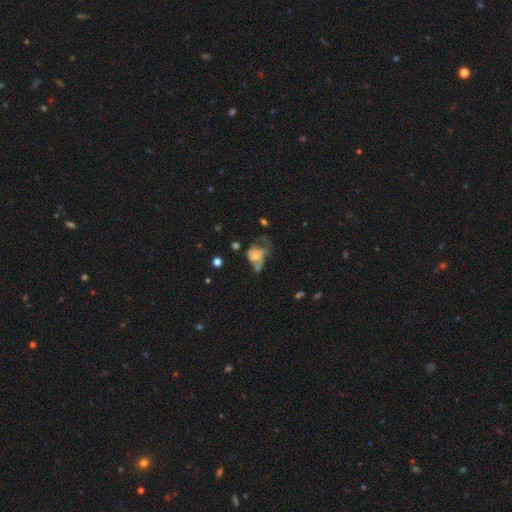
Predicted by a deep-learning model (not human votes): Q: Smooth or featured?
A: featured or disk (49%); runner-up: smooth (39%)
Q: Merging?
A: major disturbance (46%); runner-up: none (21%)